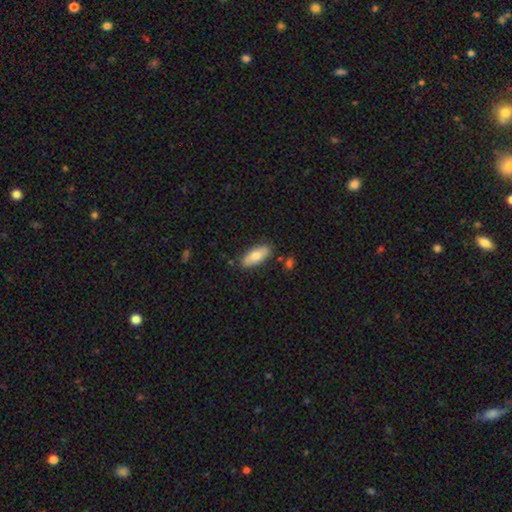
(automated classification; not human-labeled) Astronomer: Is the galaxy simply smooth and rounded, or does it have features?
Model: smooth — 75%.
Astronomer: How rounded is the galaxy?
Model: in between — 79%.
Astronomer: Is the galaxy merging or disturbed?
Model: none — 84%.